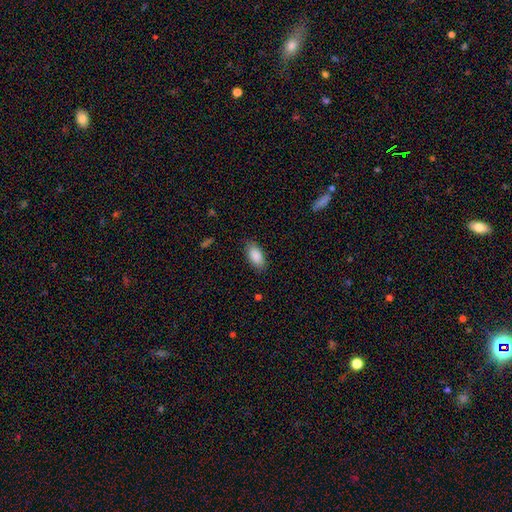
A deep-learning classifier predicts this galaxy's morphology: This is clearly a smooth galaxy (88%). How rounded: clearly in between (92%). Merging: clearly none (84%).